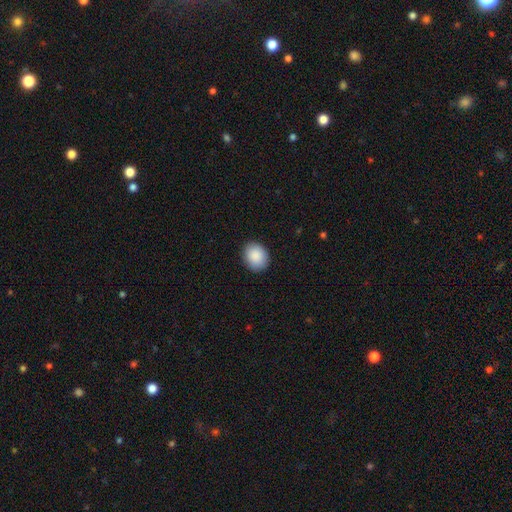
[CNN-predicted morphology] This is clearly a smooth galaxy (89%). How rounded: possibly round (52%). Merging: clearly none (88%).